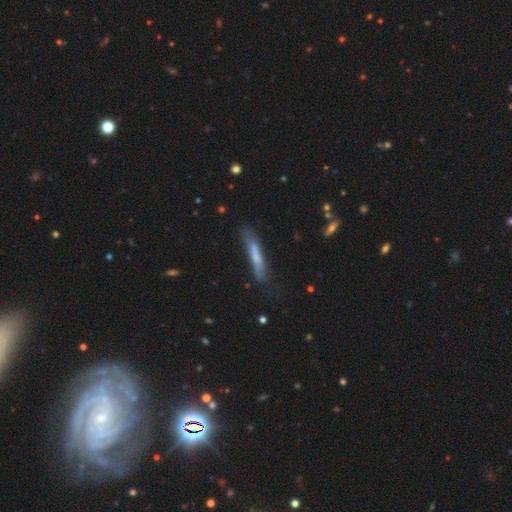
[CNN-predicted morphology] Smooth or featured: smooth — 60% (featured or disk — 32%)
How rounded: cigar-shaped — 92% (in between — 6%)
Merging: none — 64% (minor disturbance — 23%)